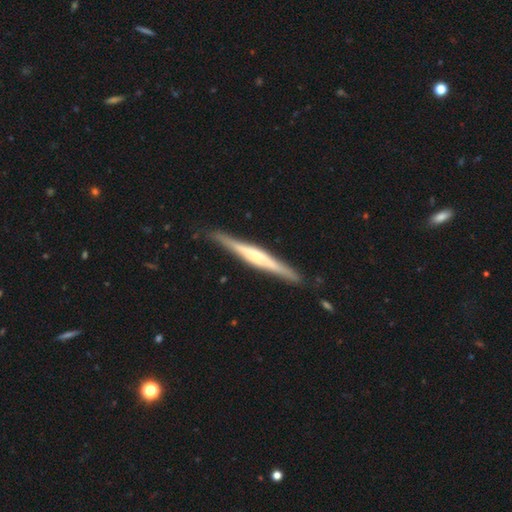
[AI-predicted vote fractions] A featured or disk galaxy (73%) viewed edge-on (98%) with a rounded central bulge (55%).

Vote fractions:
- Smooth or featured? featured or disk: 73% / smooth: 22% / star or artifact: 5%
- Edge-on disk? yes: 98% / no: 2%
- Edge-on bulge? rounded: 55% / boxy: 28% / none: 17%
- Merging? none: 88% / minor disturbance: 9% / major disturbance: 2% / merger: 1%